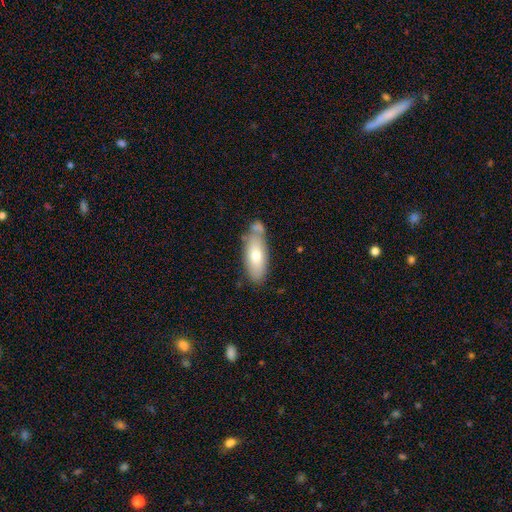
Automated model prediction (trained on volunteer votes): smooth 68%, featured or disk 26%, star or artifact 6%. Down the decision tree: how rounded — in between (75%); merging — none (61%).